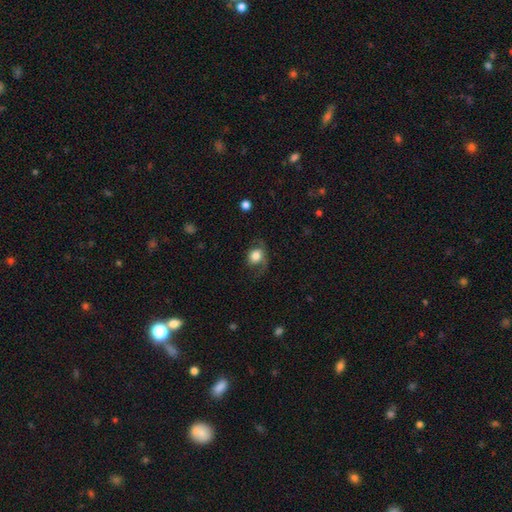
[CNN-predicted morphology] smooth-or-featured: smooth: 69% | featured or disk: 22% | star or artifact: 9%
  how-rounded: round: 55% | in between: 44% | cigar-shaped: 1%
  merging: none: 45% | major disturbance: 27% | minor disturbance: 26% | merger: 2%